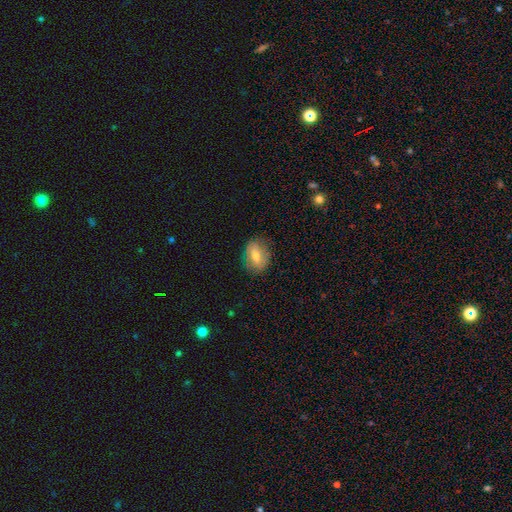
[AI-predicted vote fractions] This appears to be a smooth galaxy with no disk features (61%) that is in between round and cigar-shaped (75%). Merging: none (79%).